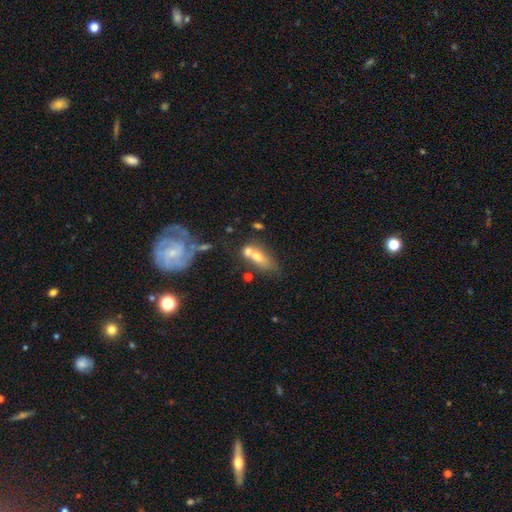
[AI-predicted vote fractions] A smooth galaxy with no disk features (62%) that is in between round and cigar-shaped (70%). Merging: merger (51%).